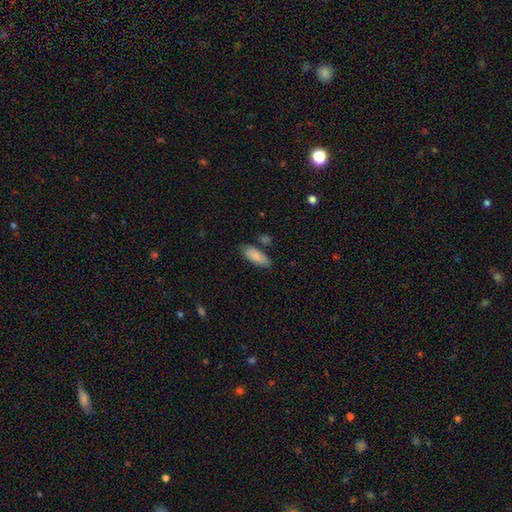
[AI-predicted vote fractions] smooth_or_featured: smooth (p=0.85) [alt: featured or disk p=0.09]
how_rounded: in between (p=0.77) [alt: cigar-shaped p=0.21]
merging: none (p=0.76) [alt: minor disturbance p=0.15]